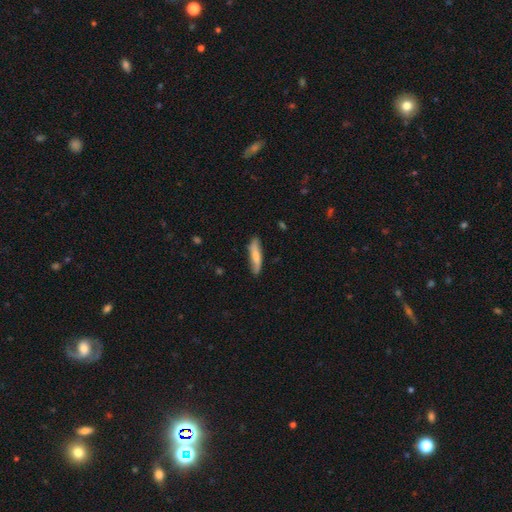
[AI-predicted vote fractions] A smooth galaxy with no disk features (72%) that is cigar-shaped (81%).

Vote fractions:
- Smooth or featured? smooth: 72% / featured or disk: 23% / star or artifact: 6%
- How rounded? cigar-shaped: 81% / in between: 18% / round: 2%
- Merging? none: 79% / minor disturbance: 16% / major disturbance: 3% / merger: 2%